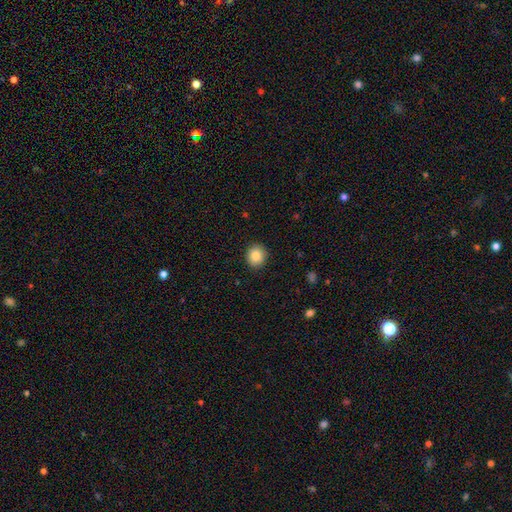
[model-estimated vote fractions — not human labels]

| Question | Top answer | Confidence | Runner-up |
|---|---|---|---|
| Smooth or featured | smooth | 85% | star or artifact (9%) |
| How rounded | round | 80% | in between (19%) |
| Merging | none | 91% | minor disturbance (7%) |